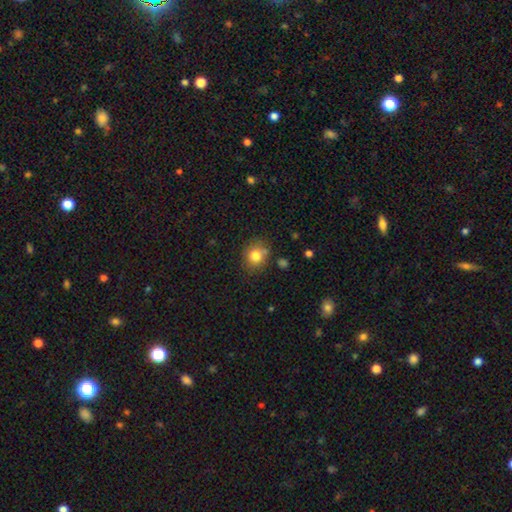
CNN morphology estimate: The model was most divided on "how rounded": round: 70%, in between: 29%, cigar-shaped: 1%. More confident: smooth or featured — smooth (80%); merging — none (75%).